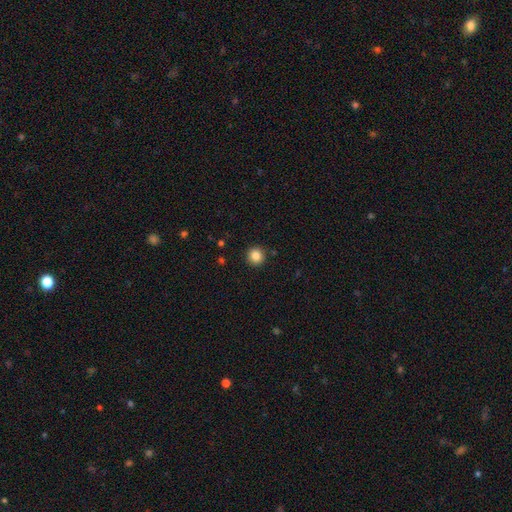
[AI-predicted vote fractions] smooth 86%, star or artifact 10%, featured or disk 4%. Down the decision tree: how rounded — round (93%); merging — none (91%).